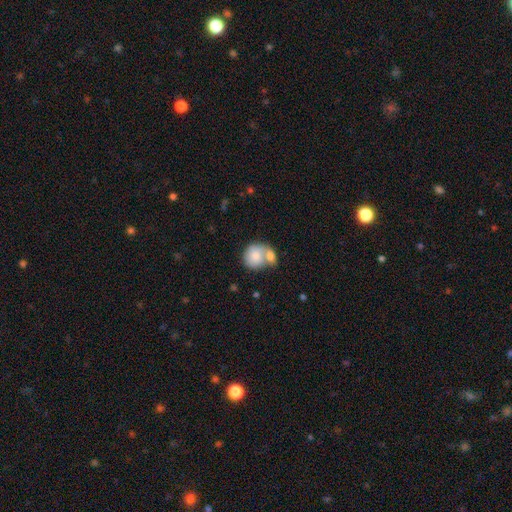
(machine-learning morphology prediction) This appears to be a smooth galaxy with no disk features (78%) that is round (74%). Merging: merger (62%).